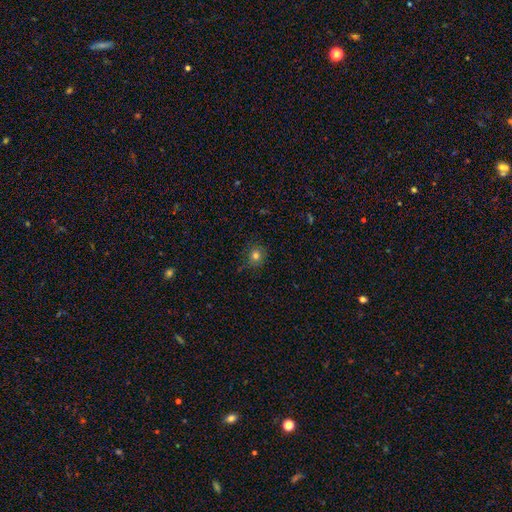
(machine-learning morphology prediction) type=smooth (78%); roundness=round (88%); merging=none (82%).